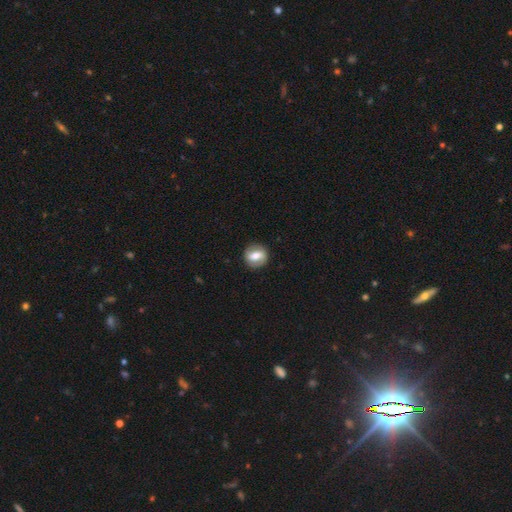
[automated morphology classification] Overall: featured or disk (54%; smooth 39%). Edge-on disk: no (94%). Bar: strong (46%; weak 36%). Spiral arms: yes (61%; no 39%). Bulge size: moderate (63%). Merging: none (87%).